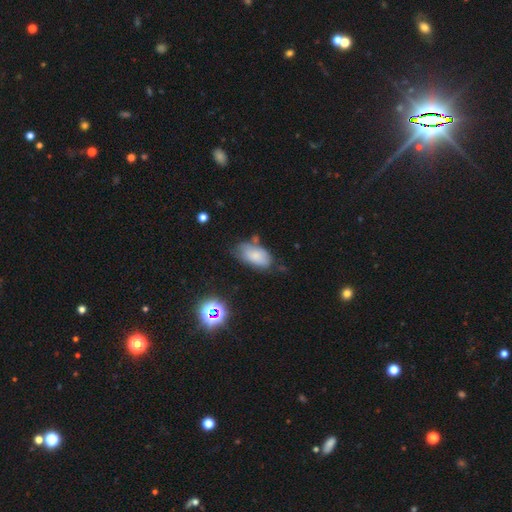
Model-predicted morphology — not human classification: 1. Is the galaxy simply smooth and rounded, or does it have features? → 73% smooth, 17% featured or disk, 10% star or artifact.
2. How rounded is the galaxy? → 94% in between, 3% round, 3% cigar-shaped.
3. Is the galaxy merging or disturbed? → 53% none, 30% minor disturbance, 9% major disturbance, 8% merger.